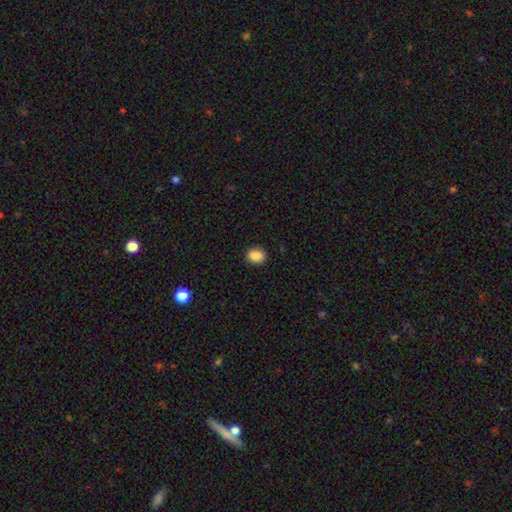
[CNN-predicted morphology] Smooth or featured: smooth — 88% (star or artifact — 9%)
How rounded: round — 55% (in between — 44%)
Merging: none — 90% (minor disturbance — 7%)